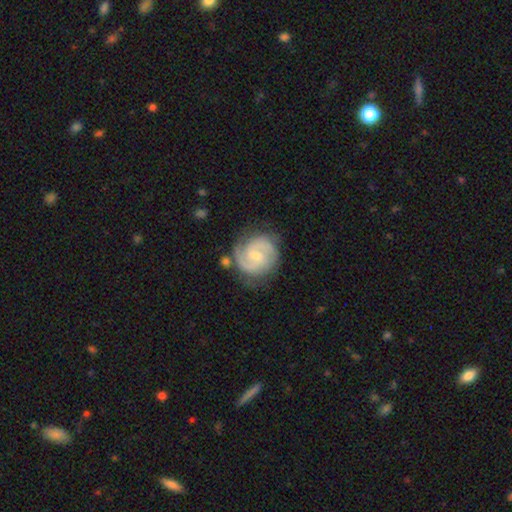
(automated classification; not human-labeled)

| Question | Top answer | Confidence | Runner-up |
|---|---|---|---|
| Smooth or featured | featured or disk | 86% | smooth (9%) |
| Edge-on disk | no | 98% | yes (2%) |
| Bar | weak | 56% | no (33%) |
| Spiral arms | yes | 97% | no (3%) |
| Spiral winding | tight | 49% | medium (43%) |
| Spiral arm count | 2 | 80% | 3 (8%) |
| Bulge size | small | 58% | moderate (37%) |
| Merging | none | 75% | minor disturbance (17%) |